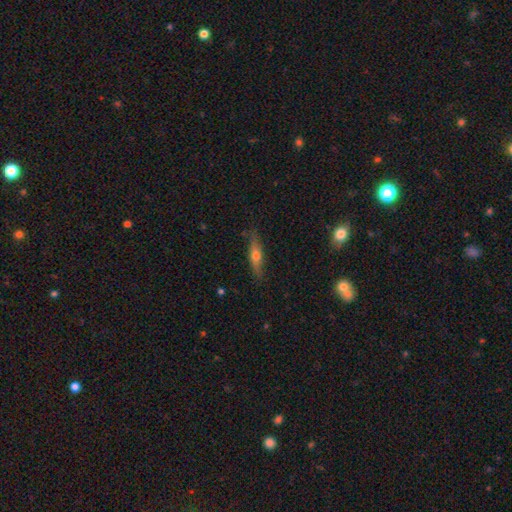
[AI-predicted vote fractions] Overall: featured or disk (50%; smooth 43%). Merging: none (82%).